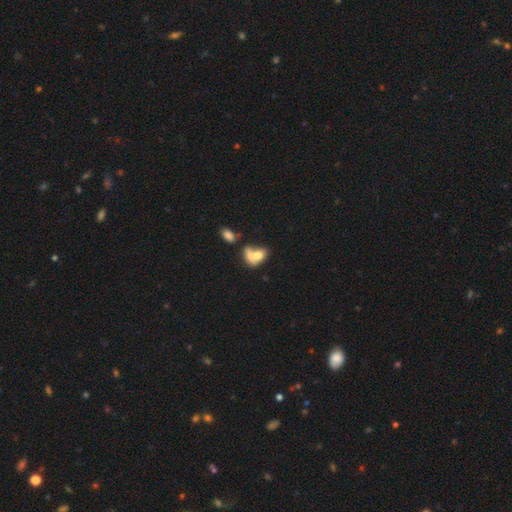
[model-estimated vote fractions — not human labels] Morphology: type=smooth (67%); roundness=in between (72%); merging=merger (64%).